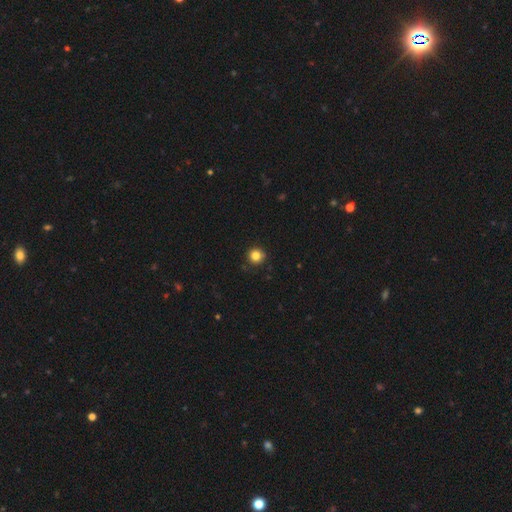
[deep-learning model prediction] Smooth or featured: smooth — 83% (star or artifact — 12%)
How rounded: round — 93% (in between — 6%)
Merging: none — 90% (minor disturbance — 7%)